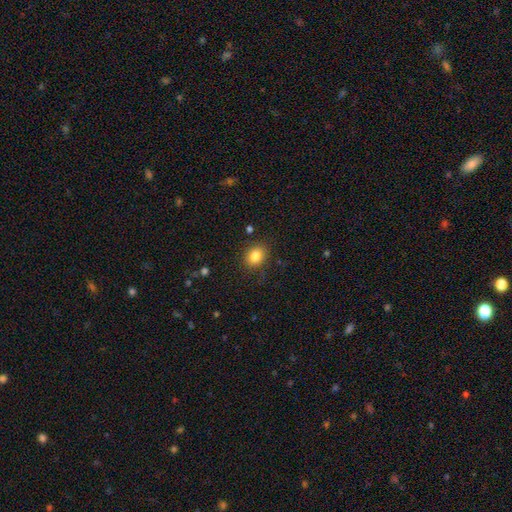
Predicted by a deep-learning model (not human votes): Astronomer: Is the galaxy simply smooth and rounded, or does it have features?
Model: smooth — 84%.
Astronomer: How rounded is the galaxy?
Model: round — 57% (runner-up: in between, 42%).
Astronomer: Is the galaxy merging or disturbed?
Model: none — 84%.